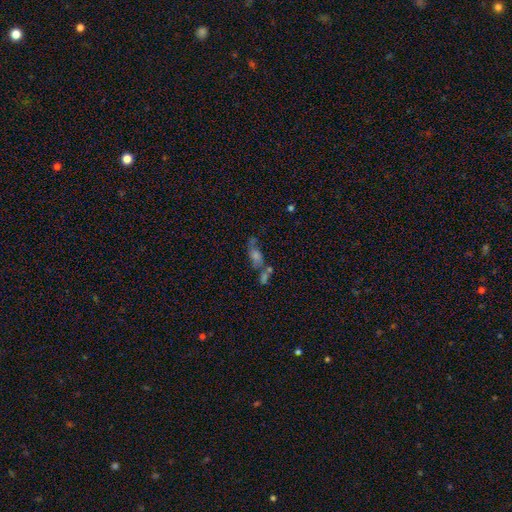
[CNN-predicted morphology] This appears to be a featured or disk galaxy (42%). Merging: none (39%).